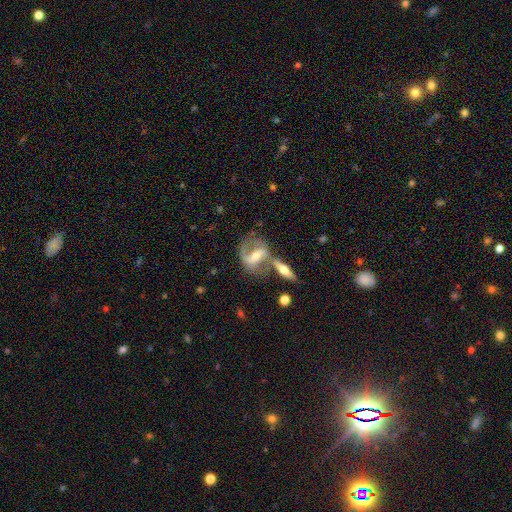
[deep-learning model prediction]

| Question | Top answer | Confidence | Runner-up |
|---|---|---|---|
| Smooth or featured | featured or disk | 79% | smooth (14%) |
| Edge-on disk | no | 89% | yes (11%) |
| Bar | strong | 40% | weak (39%) |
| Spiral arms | yes | 87% | no (13%) |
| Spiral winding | medium | 46% | loose (37%) |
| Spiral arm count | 2 | 80% | 1 (9%) |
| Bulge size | moderate | 55% | small (37%) |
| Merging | none | 44% | merger (33%) |